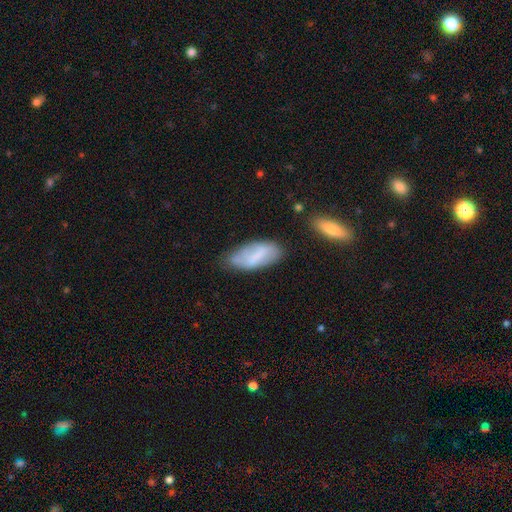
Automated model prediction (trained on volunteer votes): Smooth or featured?
  - smooth: 60% *
  - featured or disk: 32%
  - star or artifact: 7%
How rounded?
  - in between: 83% *
  - cigar-shaped: 15%
  - round: 2%
Merging?
  - none: 56% *
  - minor disturbance: 30%
  - major disturbance: 9%
  - merger: 5%